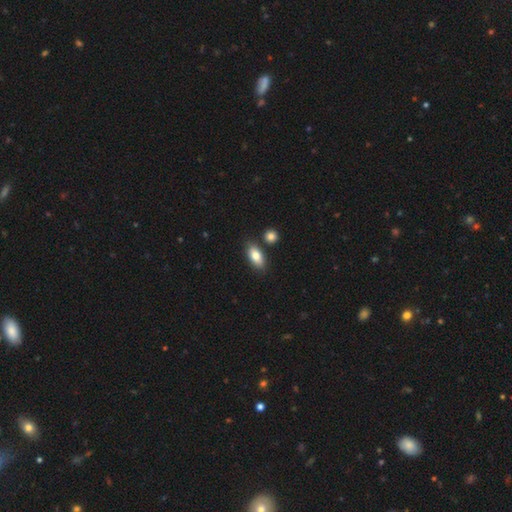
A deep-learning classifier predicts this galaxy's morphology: Smooth or featured?
  - smooth: 80% *
  - featured or disk: 13%
  - star or artifact: 7%
How rounded?
  - in between: 87% *
  - cigar-shaped: 9%
  - round: 4%
Merging?
  - none: 79% *
  - minor disturbance: 10%
  - merger: 8%
  - major disturbance: 2%